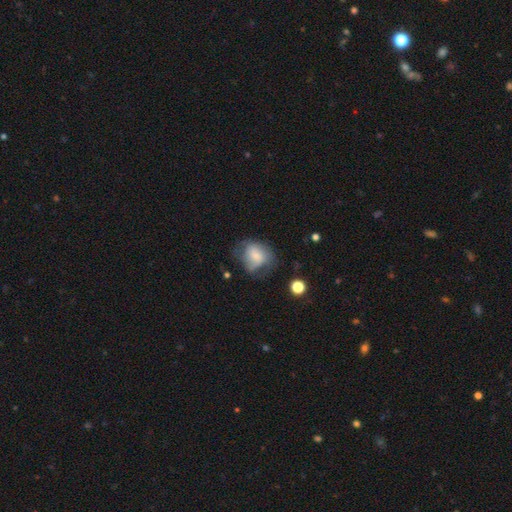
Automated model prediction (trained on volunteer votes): A smooth galaxy with no disk features (59%) that is round (53%).

Vote fractions:
- Smooth or featured? smooth: 59% / featured or disk: 32% / star or artifact: 9%
- How rounded? round: 53% / in between: 46% / cigar-shaped: 1%
- Merging? none: 40% / minor disturbance: 31% / major disturbance: 26% / merger: 3%